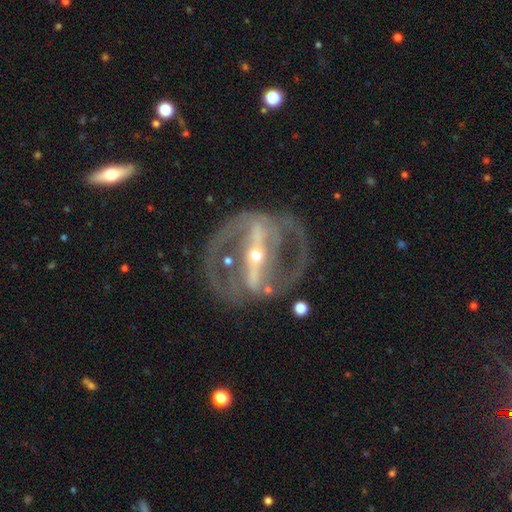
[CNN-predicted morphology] Smooth or featured: featured or disk — 90% (star or artifact — 5%)
Edge-on disk: no — 89% (yes — 11%)
Bar: strong — 83% (weak — 11%)
Spiral arms: yes — 76% (no — 24%)
Spiral winding: medium — 46% (tight — 38%)
Spiral arm count: 2 — 82% (can't tell — 9%)
Bulge size: small — 58% (moderate — 38%)
Merging: none — 71% (minor disturbance — 13%)